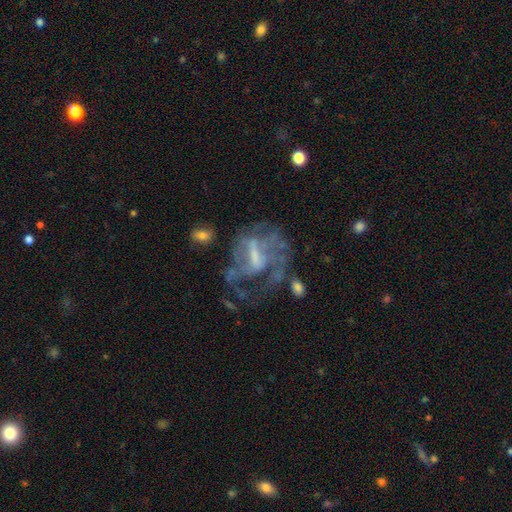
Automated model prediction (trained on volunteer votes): A featured or disk galaxy (73%) with a weak bar (42%), spiral arms (53%) and a small central bulge (34%). Merging: major disturbance (42%).